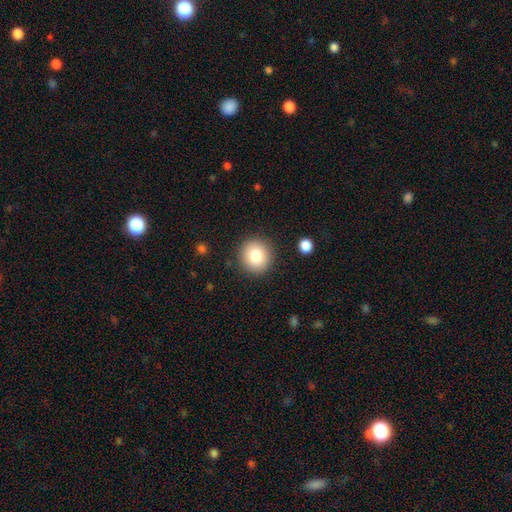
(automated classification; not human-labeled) smooth_or_featured: smooth (p=0.79) [alt: star or artifact p=0.10]
how_rounded: round (p=0.94) [alt: in between p=0.05]
merging: none (p=0.90) [alt: minor disturbance p=0.07]